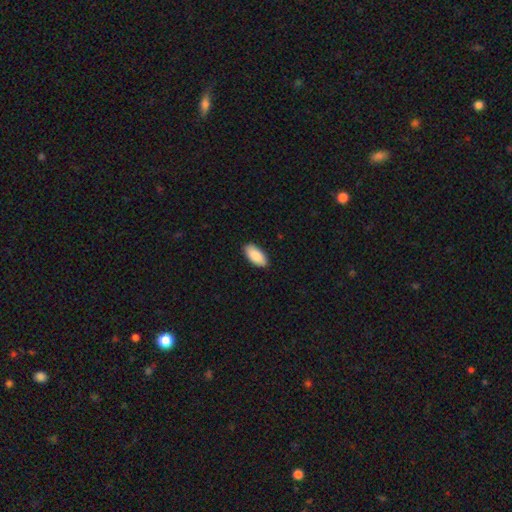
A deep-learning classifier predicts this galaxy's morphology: type=smooth (89%); roundness=in between (92%); merging=none (90%).